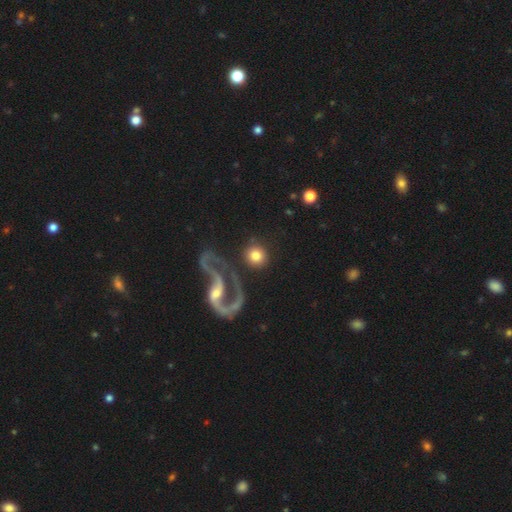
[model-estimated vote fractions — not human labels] This appears to be a smooth galaxy with no disk features (73%) that is round (92%). Merging: none (78%).